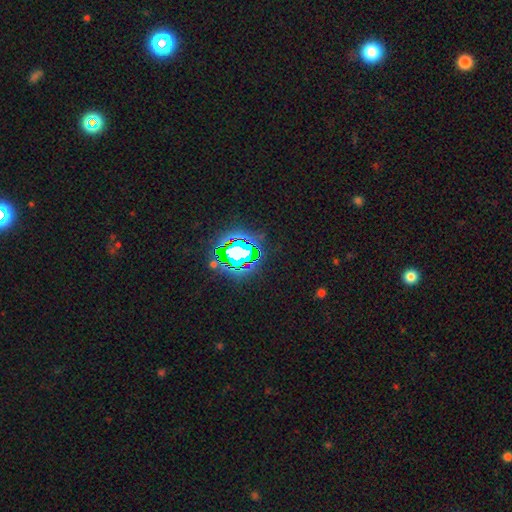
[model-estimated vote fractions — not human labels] Q: Smooth or featured?
A: star or artifact (82%); runner-up: smooth (11%)